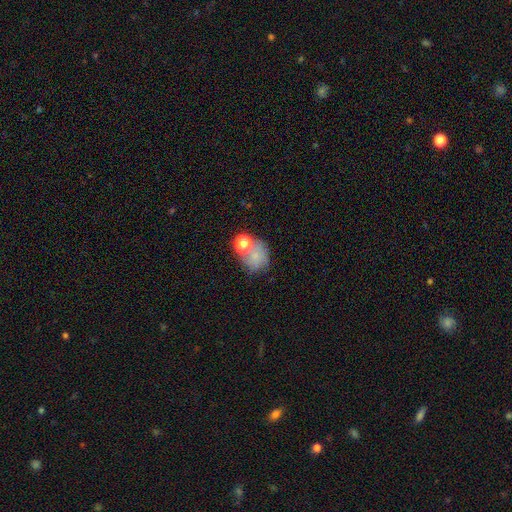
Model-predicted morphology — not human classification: Q: Smooth or featured?
A: smooth (62%); runner-up: featured or disk (22%)
Q: How rounded?
A: round (61%); runner-up: in between (38%)
Q: Merging?
A: none (41%); runner-up: merger (29%)